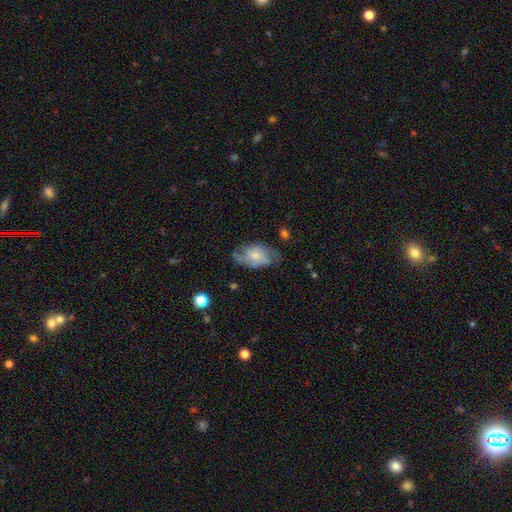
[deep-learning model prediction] Q: Smooth or featured?
A: featured or disk (54%); runner-up: smooth (39%)
Q: Edge-on disk?
A: no (95%); runner-up: yes (5%)
Q: Bar?
A: no (68%); runner-up: weak (28%)
Q: Spiral arms?
A: yes (80%); runner-up: no (20%)
Q: Bulge size?
A: small (42%); runner-up: moderate (39%)
Q: Merging?
A: none (55%); runner-up: minor disturbance (28%)